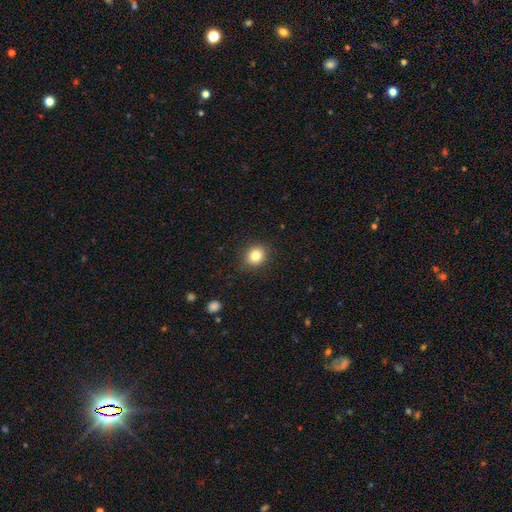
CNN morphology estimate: smooth-or-featured: smooth: 82% | star or artifact: 11% | featured or disk: 7%
  how-rounded: round: 73% | in between: 26% | cigar-shaped: 1%
  merging: none: 89% | minor disturbance: 8% | major disturbance: 2% | merger: 1%